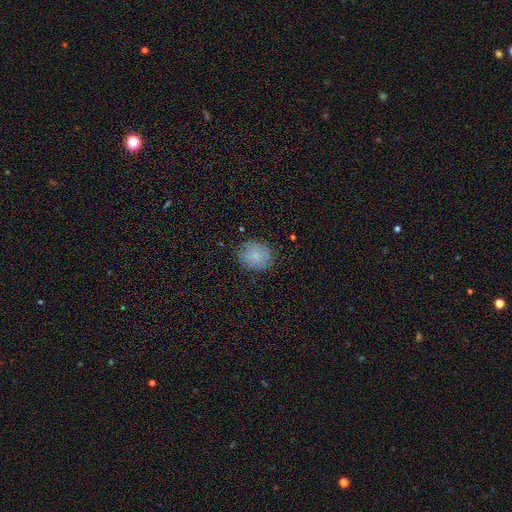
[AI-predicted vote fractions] Smooth or featured: smooth — 81% (star or artifact — 10%)
How rounded: round — 70% (in between — 29%)
Merging: none — 82% (minor disturbance — 13%)